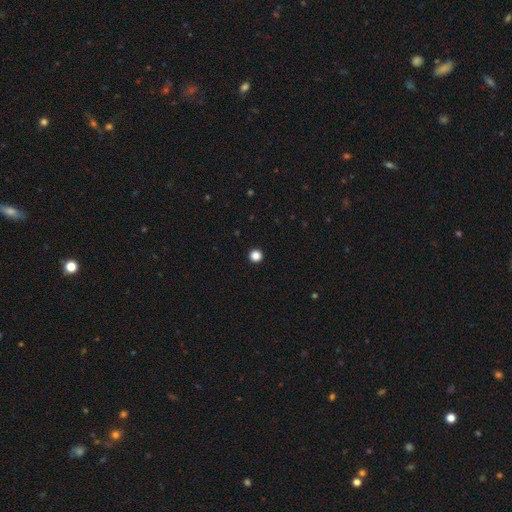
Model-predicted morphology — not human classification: The model was most divided on "smooth or featured": smooth: 86%, star or artifact: 12%, featured or disk: 3%. More confident: how rounded — round (96%); merging — none (94%).